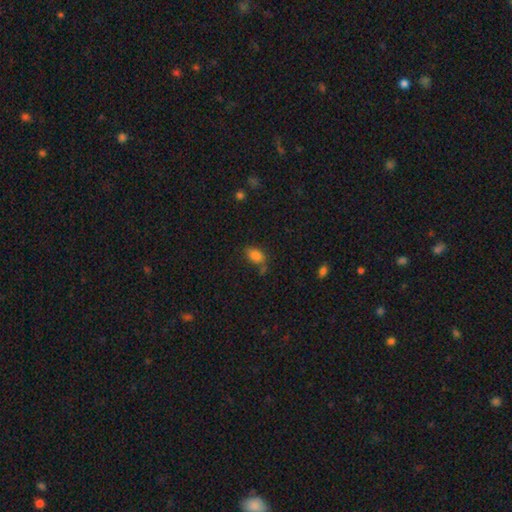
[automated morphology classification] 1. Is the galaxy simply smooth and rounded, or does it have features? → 83% smooth, 11% star or artifact, 7% featured or disk.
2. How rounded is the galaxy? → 84% in between, 13% round, 2% cigar-shaped.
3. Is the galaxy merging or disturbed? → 59% none, 20% minor disturbance, 14% merger, 7% major disturbance.